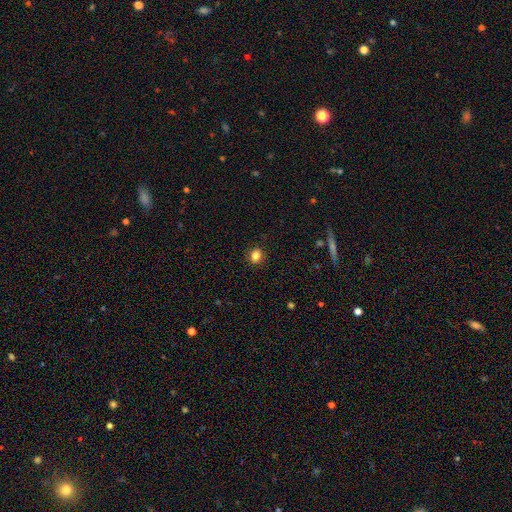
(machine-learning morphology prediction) smooth 83%, star or artifact 11%, featured or disk 6%. Down the decision tree: how rounded — round (69%); merging — none (90%).